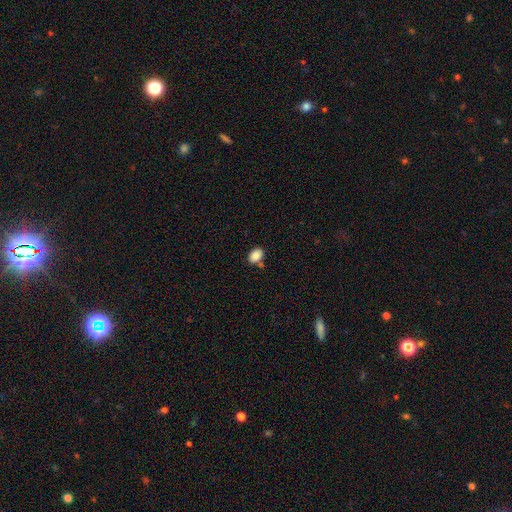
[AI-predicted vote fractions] A smooth galaxy with no disk features (86%) that is in between round and cigar-shaped (78%). Merging: none (74%).